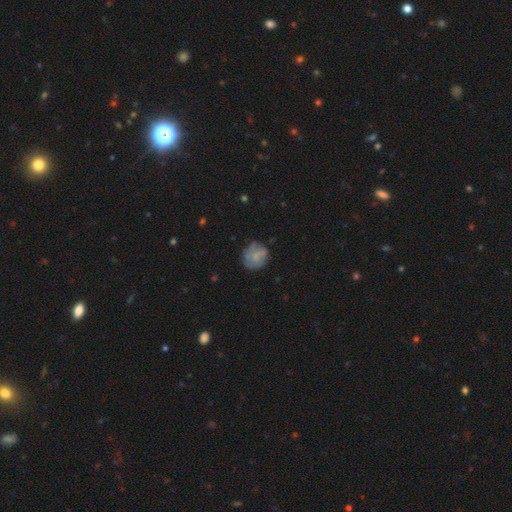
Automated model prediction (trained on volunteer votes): A smooth galaxy with no disk features (60%) that is round (80%). Merging: none (69%).